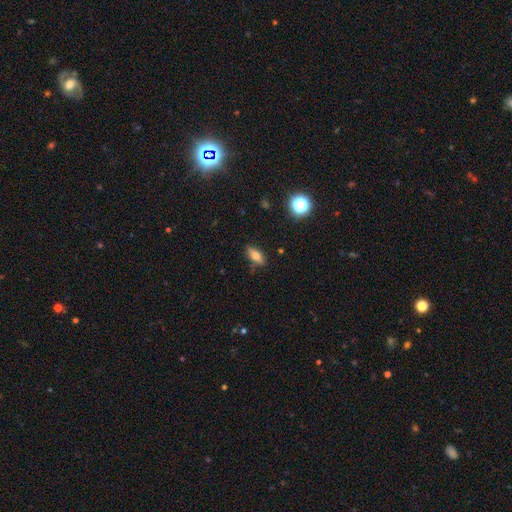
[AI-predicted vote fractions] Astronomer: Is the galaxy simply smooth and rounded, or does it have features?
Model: smooth — 66%.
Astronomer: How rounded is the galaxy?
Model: in between — 73%.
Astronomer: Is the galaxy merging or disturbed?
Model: none — 81%.